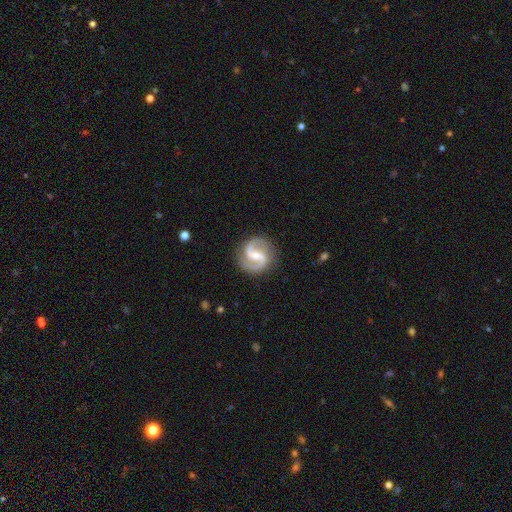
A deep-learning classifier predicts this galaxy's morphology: This is clearly a featured or disk galaxy (91%). It is clearly not viewed edge-on (98%). Bar: possibly weak (45%). Spiral arm pattern: clearly yes (98%). Spiral arm count: clearly 2 (94%). Spiral winding: possibly medium (58%). Central bulge: possibly small (54%). Merging: clearly none (87%).